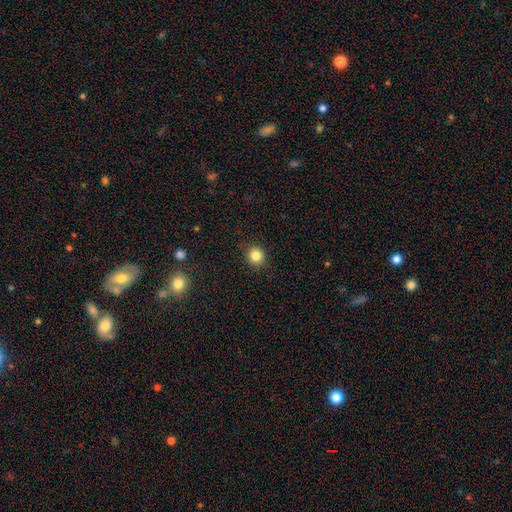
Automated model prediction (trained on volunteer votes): smooth 83%, star or artifact 11%, featured or disk 5%. Down the decision tree: how rounded — round (85%); merging — none (90%).